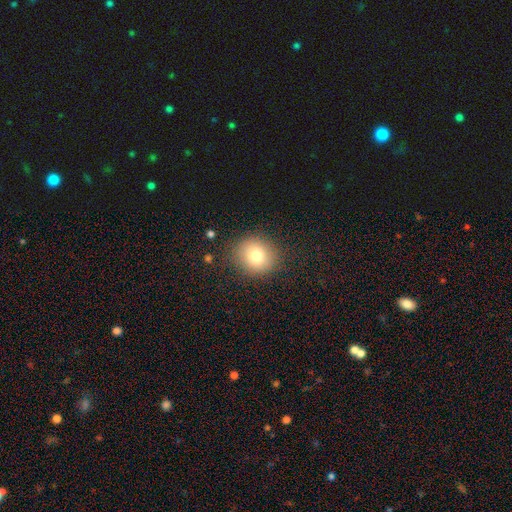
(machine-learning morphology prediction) Smooth or featured?
  - smooth: 76% *
  - star or artifact: 12%
  - featured or disk: 11%
How rounded?
  - round: 82% *
  - in between: 17%
  - cigar-shaped: 1%
Merging?
  - none: 86% *
  - minor disturbance: 9%
  - major disturbance: 4%
  - merger: 1%